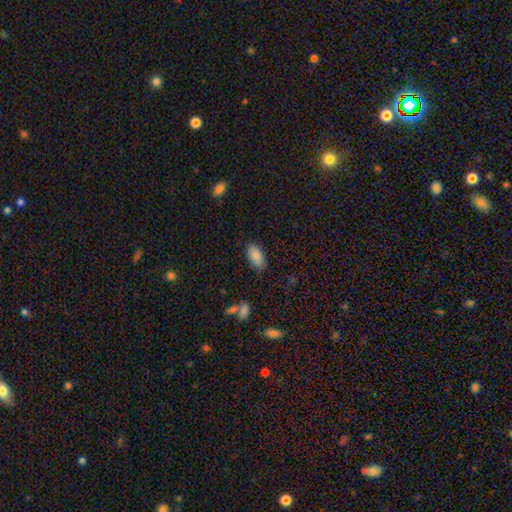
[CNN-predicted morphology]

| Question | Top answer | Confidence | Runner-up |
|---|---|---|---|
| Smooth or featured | smooth | 86% | star or artifact (8%) |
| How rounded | in between | 94% | round (3%) |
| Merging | none | 84% | minor disturbance (11%) |